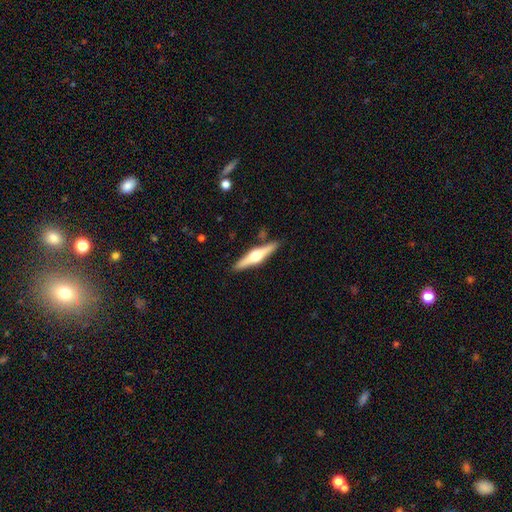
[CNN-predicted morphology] Smooth or featured: featured or disk — 72% (smooth — 23%)
Edge-on disk: yes — 98% (no — 2%)
Edge-on bulge: rounded — 95% (boxy — 4%)
Merging: none — 89% (minor disturbance — 8%)